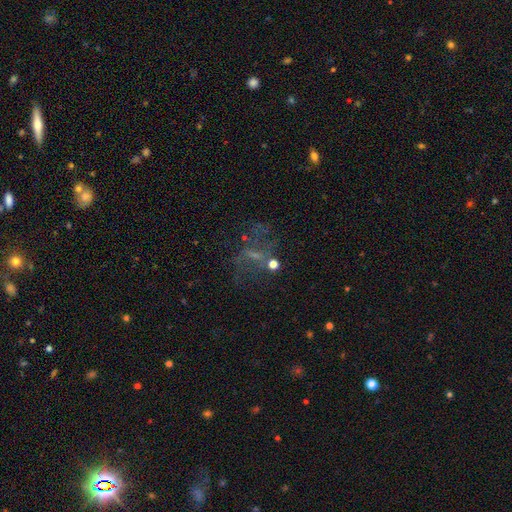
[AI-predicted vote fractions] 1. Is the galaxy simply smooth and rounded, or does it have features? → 46% featured or disk, 30% star or artifact, 25% smooth.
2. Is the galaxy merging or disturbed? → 46% none, 31% major disturbance, 16% minor disturbance, 7% merger.